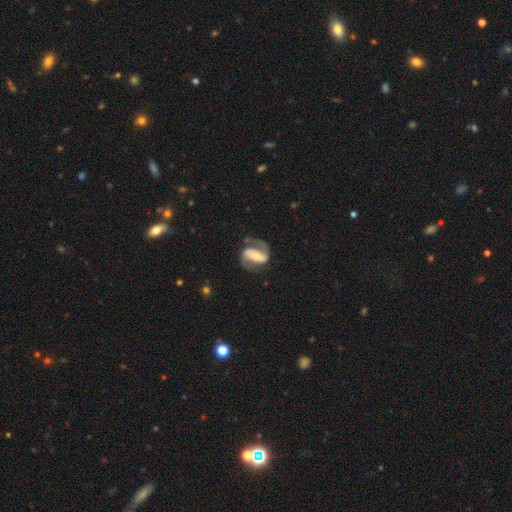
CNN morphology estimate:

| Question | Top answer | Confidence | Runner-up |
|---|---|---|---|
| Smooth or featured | featured or disk | 79% | smooth (16%) |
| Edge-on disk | no | 96% | yes (4%) |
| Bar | strong | 55% | weak (25%) |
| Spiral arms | yes | 90% | no (10%) |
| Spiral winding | medium | 49% | loose (28%) |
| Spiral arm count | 2 | 84% | 1 (9%) |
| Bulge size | small | 44% | moderate (41%) |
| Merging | none | 63% | minor disturbance (17%) |